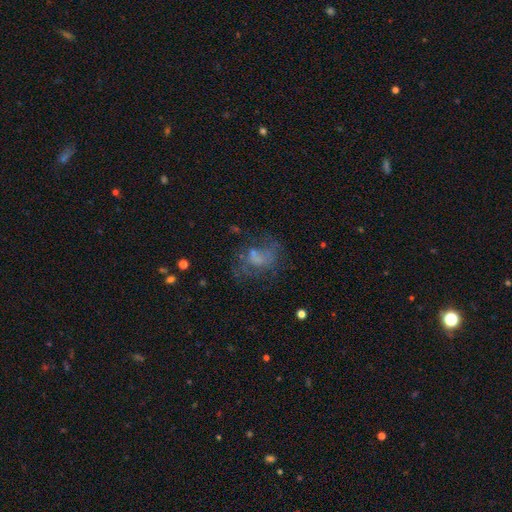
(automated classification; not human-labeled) This is possibly a featured or disk galaxy (47%). Merging: possibly none (50%).